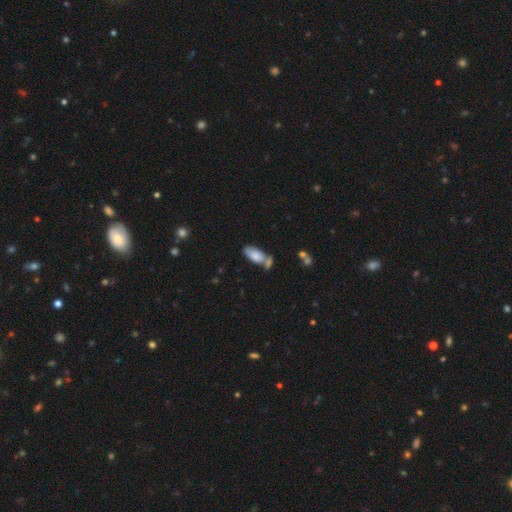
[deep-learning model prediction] This appears to be a smooth galaxy with no disk features (80%) that is in between round and cigar-shaped (91%). Merging: none (44%).